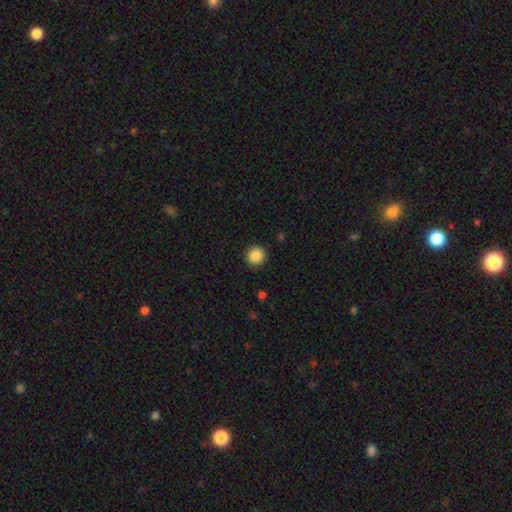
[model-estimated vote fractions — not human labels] A smooth galaxy with no disk features (88%) that is round (94%). Merging: none (91%).